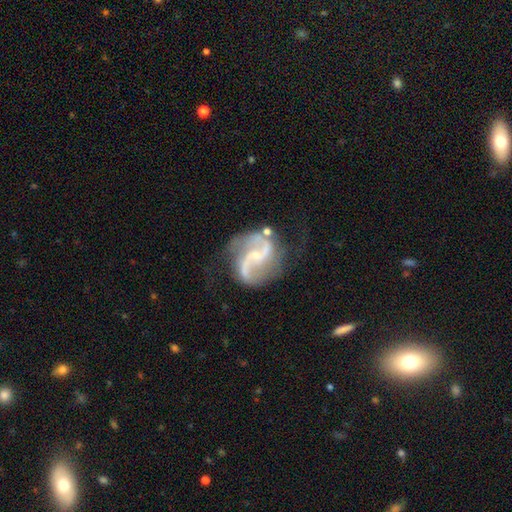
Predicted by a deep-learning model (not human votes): This appears to be a featured or disk galaxy (90%) with a weak bar (40%), 2 (92%) loose (48%) spiral arms (97%) and a small central bulge (72%). Merging: none (66%).